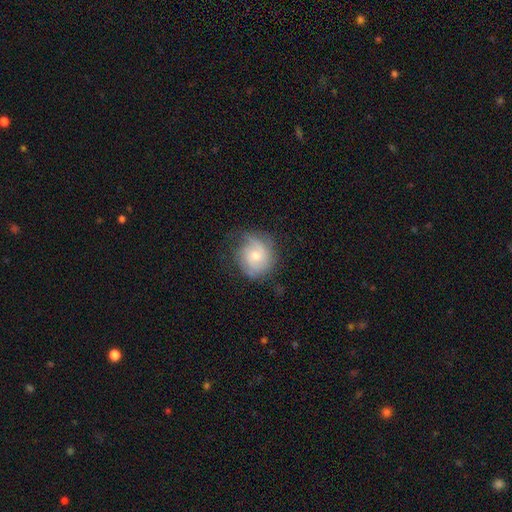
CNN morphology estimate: featured or disk 55%, smooth 38%, star or artifact 7%. Down the decision tree: edge-on disk — no (98%); bar — no (71%); spiral arms — yes (85%); bulge size — moderate (54%); merging — none (63%).